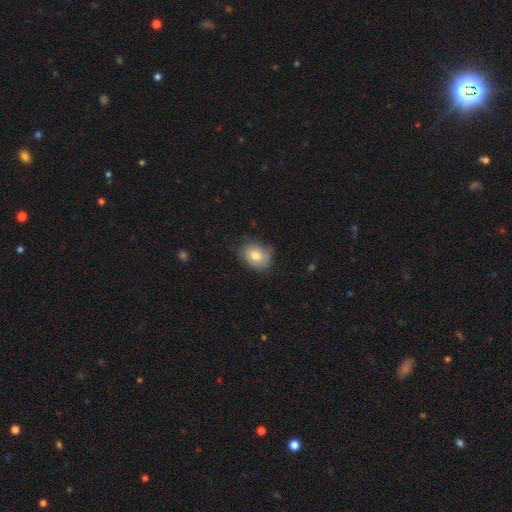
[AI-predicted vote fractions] A smooth galaxy with no disk features (74%) that is in between round and cigar-shaped (59%).

Vote fractions:
- Smooth or featured? smooth: 74% / featured or disk: 18% / star or artifact: 8%
- How rounded? in between: 59% / round: 40% / cigar-shaped: 1%
- Merging? none: 72% / minor disturbance: 23% / major disturbance: 5% / merger: 1%